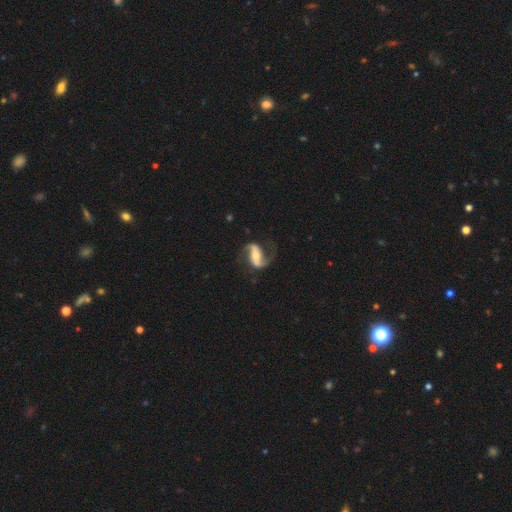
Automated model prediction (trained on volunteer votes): A featured or disk galaxy (87%) with a strong bar (47%), 2 (91%) loose (53%) spiral arms (96%) and a moderate central bulge (51%). Merging: none (73%).